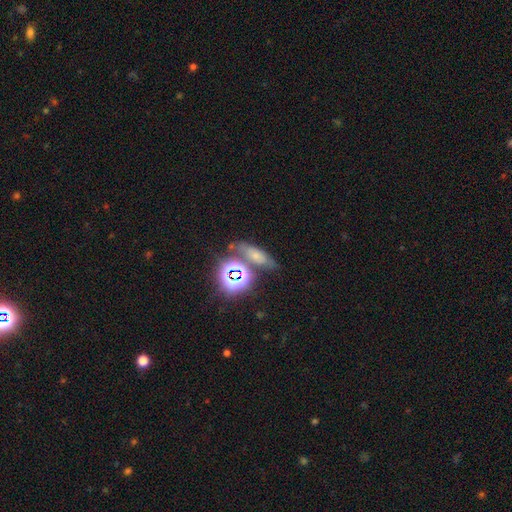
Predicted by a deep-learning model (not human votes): Smooth or featured?
  - smooth: 49% *
  - star or artifact: 31%
  - featured or disk: 19%
Merging?
  - none: 61% *
  - minor disturbance: 17%
  - merger: 16%
  - major disturbance: 7%